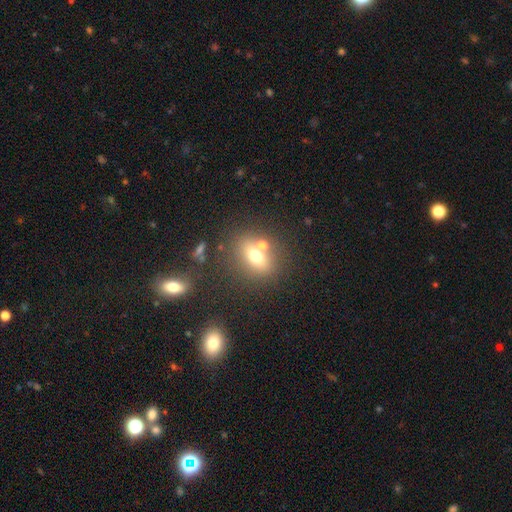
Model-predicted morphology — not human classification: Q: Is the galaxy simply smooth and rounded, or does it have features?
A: smooth — 66%.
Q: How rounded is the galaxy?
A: in between — 56%.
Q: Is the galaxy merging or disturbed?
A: none — 61%.